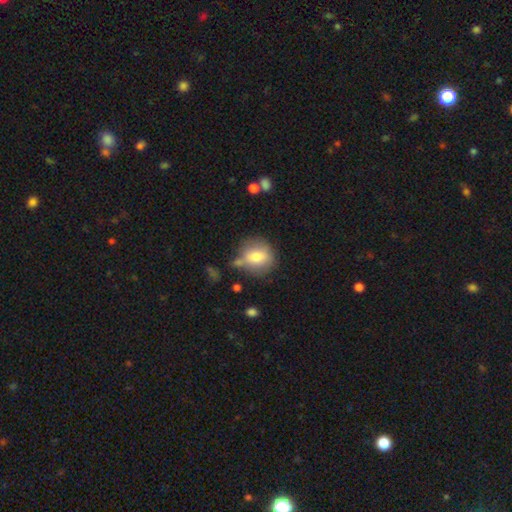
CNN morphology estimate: Smooth or featured? Predicted: smooth (p=0.72). How rounded? Predicted: round (p=0.79). Merging? Predicted: none (p=0.71).